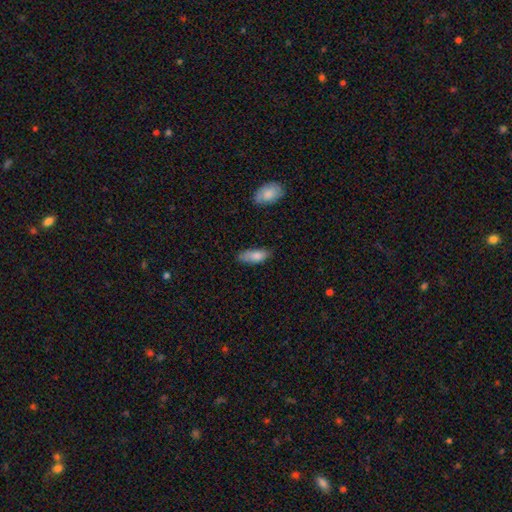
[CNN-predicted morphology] A smooth galaxy with no disk features (82%) that is in between round and cigar-shaped (74%).

Vote fractions:
- Smooth or featured? smooth: 82% / featured or disk: 11% / star or artifact: 7%
- How rounded? in between: 74% / cigar-shaped: 24% / round: 2%
- Merging? none: 64% / minor disturbance: 27% / major disturbance: 6% / merger: 3%